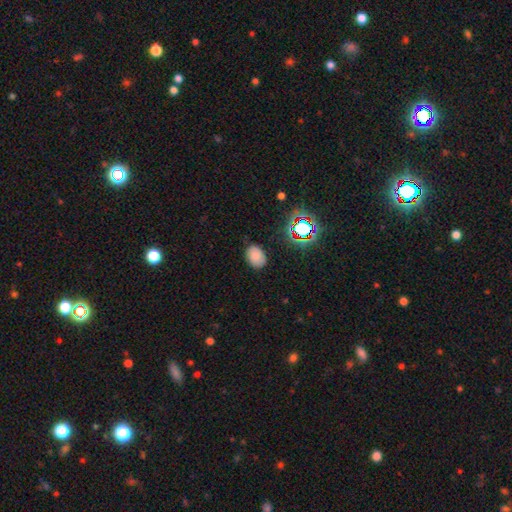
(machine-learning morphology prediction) Overall: smooth (77%). How rounded: in between (77%). Merging: none (80%).